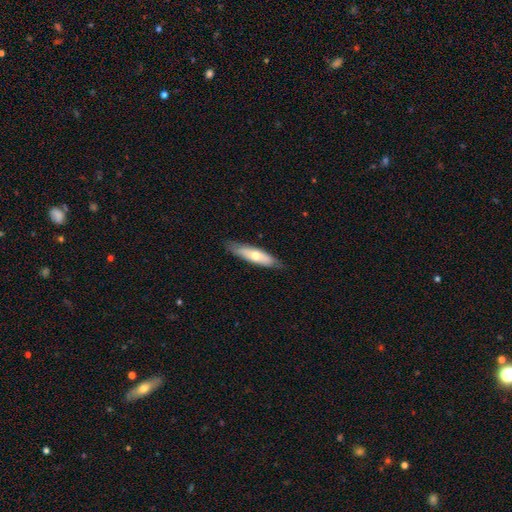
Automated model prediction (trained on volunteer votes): A smooth galaxy with no disk features (56%) that is cigar-shaped (63%). Merging: none (81%).